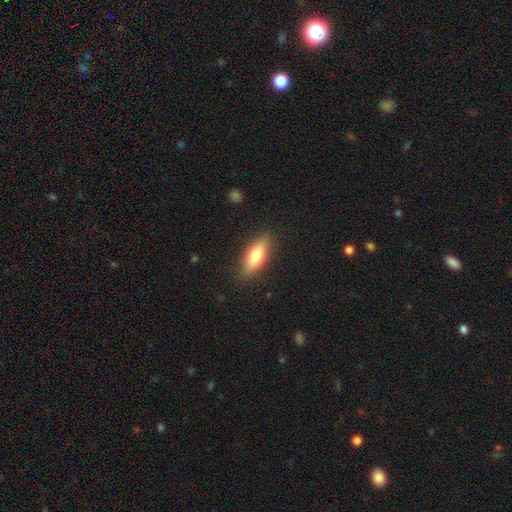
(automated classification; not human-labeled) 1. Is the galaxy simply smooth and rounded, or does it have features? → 70% smooth, 24% featured or disk, 6% star or artifact.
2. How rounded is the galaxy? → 64% in between, 33% cigar-shaped, 3% round.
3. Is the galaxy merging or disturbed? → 87% none, 10% minor disturbance, 2% major disturbance, 1% merger.